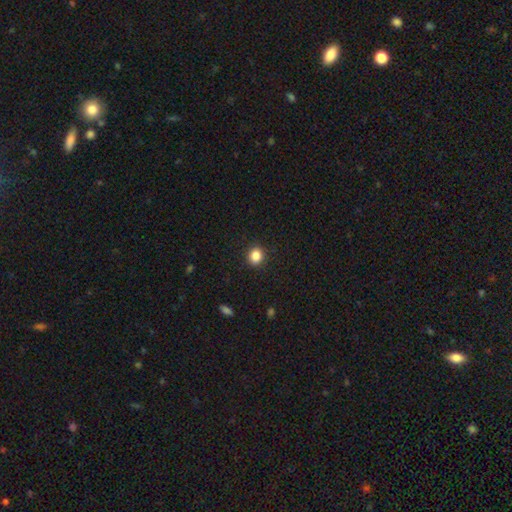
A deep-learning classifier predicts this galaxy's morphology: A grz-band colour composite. It shows a smooth galaxy with no disk features (86%) that is round (78%). Merging: none (90%).